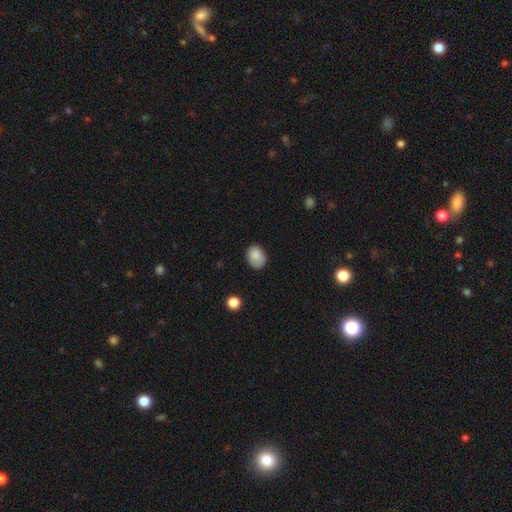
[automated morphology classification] A smooth galaxy with no disk features (84%) that is in between round and cigar-shaped (66%). Merging: none (70%).